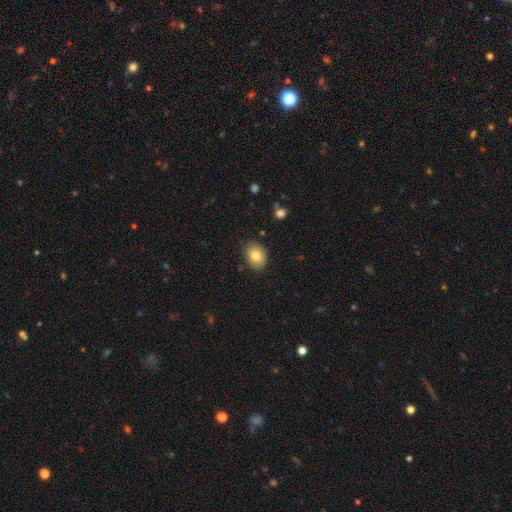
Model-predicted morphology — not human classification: Overall: smooth (81%). How rounded: in between (71%). Merging: none (83%).